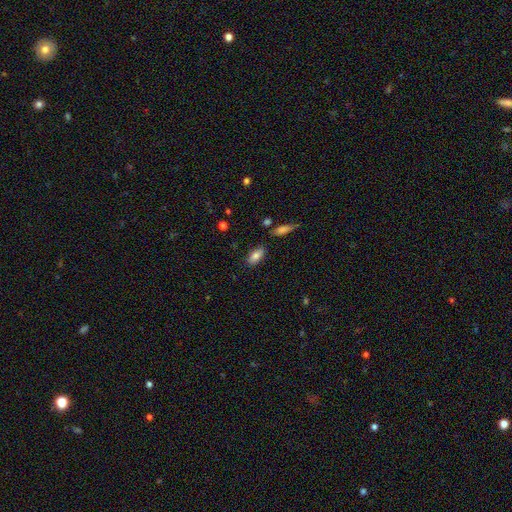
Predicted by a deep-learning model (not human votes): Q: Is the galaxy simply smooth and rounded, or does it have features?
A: smooth — 80%.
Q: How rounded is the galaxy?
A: in between — 88%.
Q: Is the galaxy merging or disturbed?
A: none — 81%.